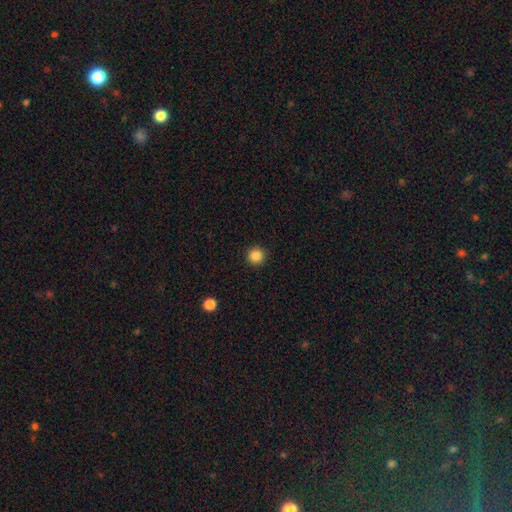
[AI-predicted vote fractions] smooth 86%, star or artifact 11%, featured or disk 4%. Down the decision tree: how rounded — round (95%); merging — none (92%).